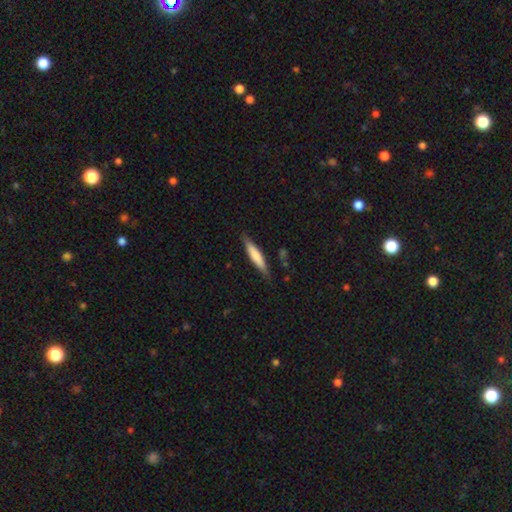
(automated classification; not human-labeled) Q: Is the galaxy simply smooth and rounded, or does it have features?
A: smooth — 69%.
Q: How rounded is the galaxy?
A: cigar-shaped — 87%.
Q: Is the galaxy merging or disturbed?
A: none — 81%.